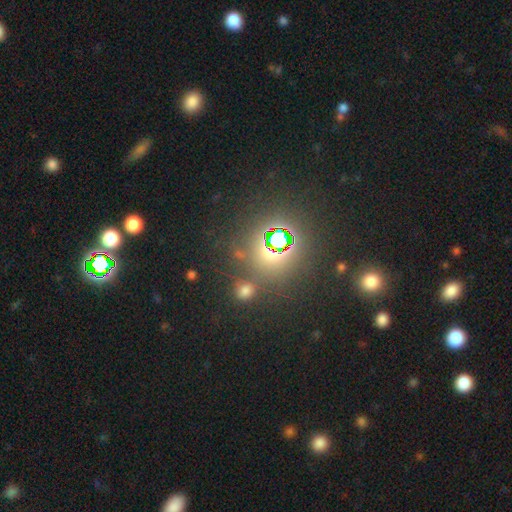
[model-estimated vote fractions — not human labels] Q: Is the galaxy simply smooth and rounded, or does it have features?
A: star or artifact — 72%.